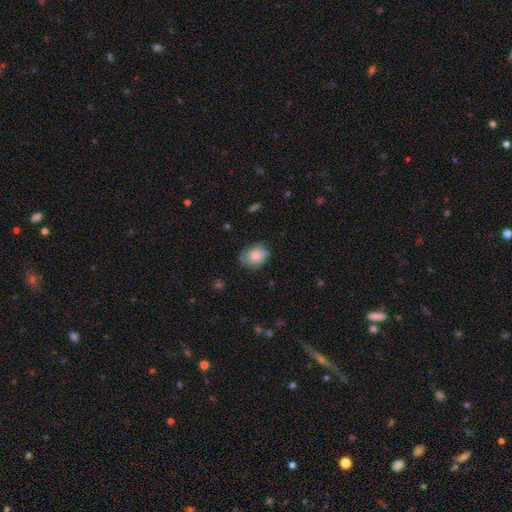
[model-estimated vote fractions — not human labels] Overall: smooth (69%). How rounded: in between (62%; round 37%). Merging: none (67%).